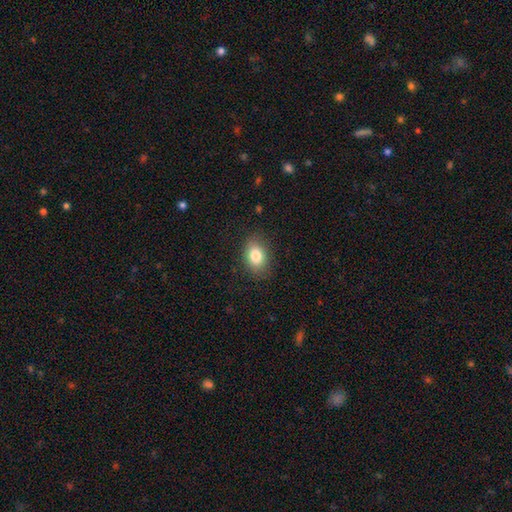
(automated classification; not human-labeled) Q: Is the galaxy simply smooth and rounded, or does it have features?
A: smooth — 82%.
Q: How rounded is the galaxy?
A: in between — 79%.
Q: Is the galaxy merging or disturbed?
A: none — 85%.